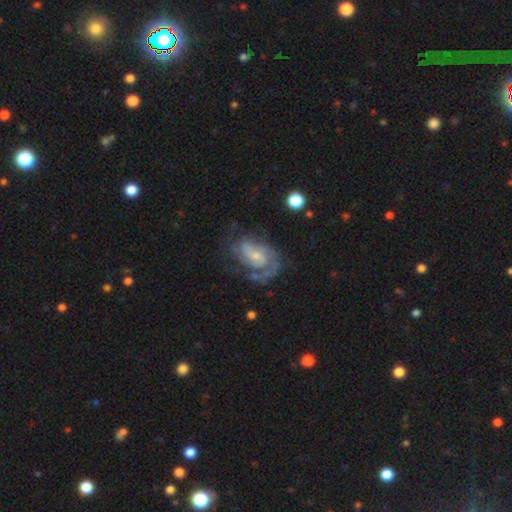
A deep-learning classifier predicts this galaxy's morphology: Smooth or featured? featured or disk (82%)
Edge-on disk? no (97%)
Bar? no (54%)
Spiral arms? yes (93%)
Spiral winding? tight (44%)
Spiral arm count? 2 (46%)
Bulge size? small (60%)
Merging? none (58%)